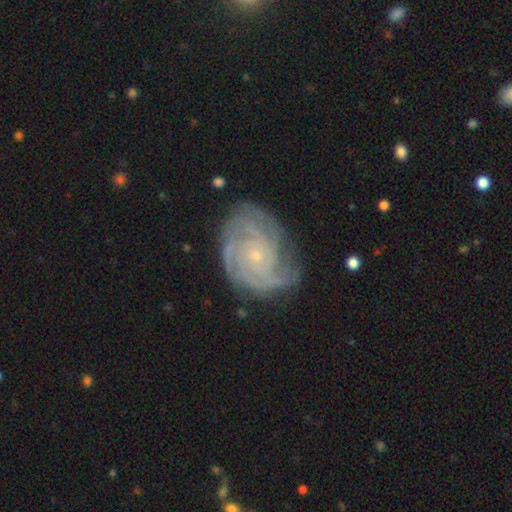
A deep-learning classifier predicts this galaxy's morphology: A featured or disk galaxy (88%) with no bar (77%), 3 (27%) tight (73%) spiral arms (98%) and a small central bulge (83%). Merging: none (71%).